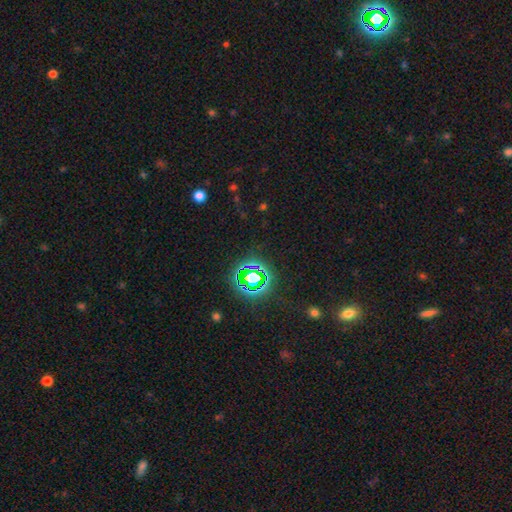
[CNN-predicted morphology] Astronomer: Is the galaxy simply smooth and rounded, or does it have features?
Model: star or artifact — 77%.